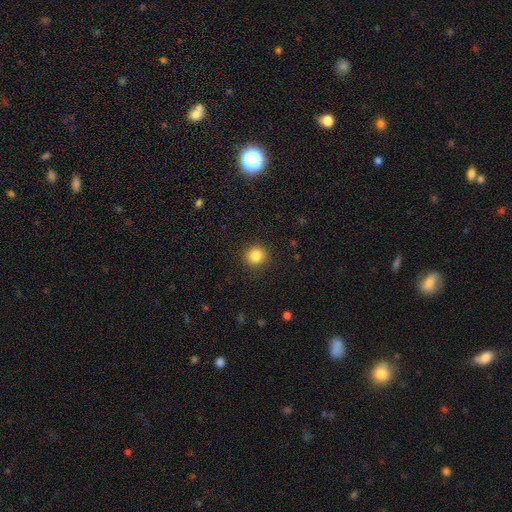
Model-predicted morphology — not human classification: The model was most divided on "smooth or featured": smooth: 84%, star or artifact: 11%, featured or disk: 5%. More confident: merging — none (91%); how rounded — round (89%).